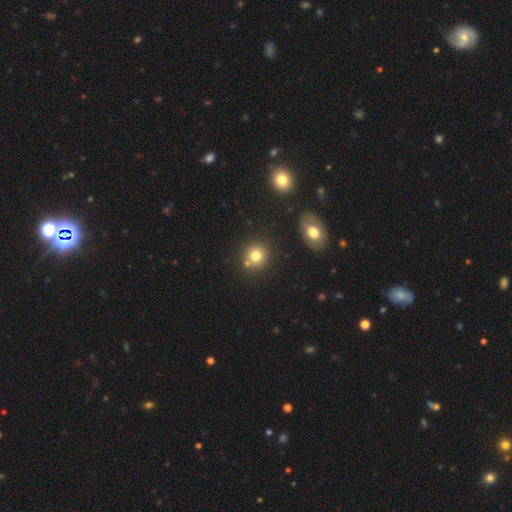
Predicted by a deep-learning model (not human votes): This is likely a smooth galaxy (77%). How rounded: clearly round (87%). Merging: likely none (70%).